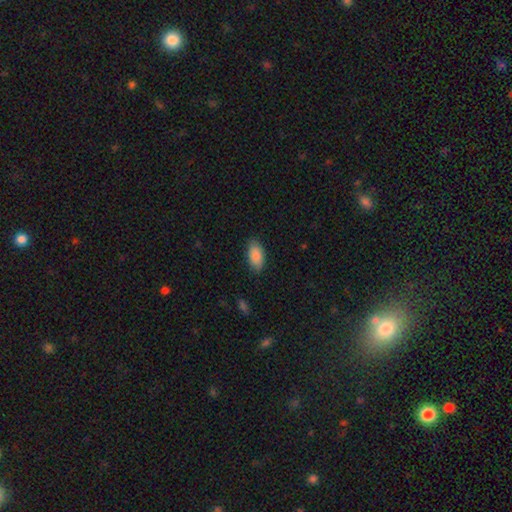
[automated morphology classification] Overall: smooth (88%). How rounded: in between (93%). Merging: none (84%).